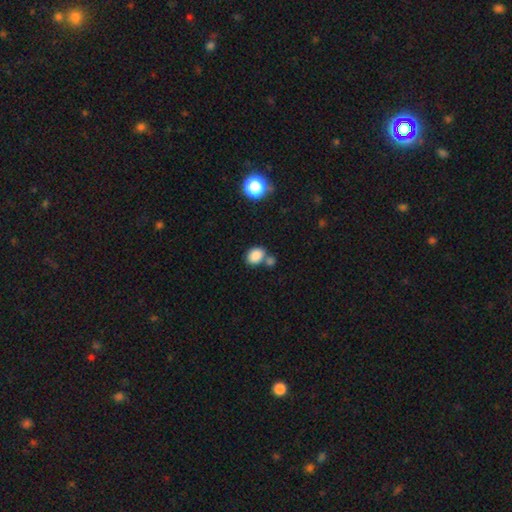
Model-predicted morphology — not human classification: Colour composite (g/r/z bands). It shows a smooth galaxy with no disk features (85%) that is in between round and cigar-shaped (60%). Merging: none (54%).